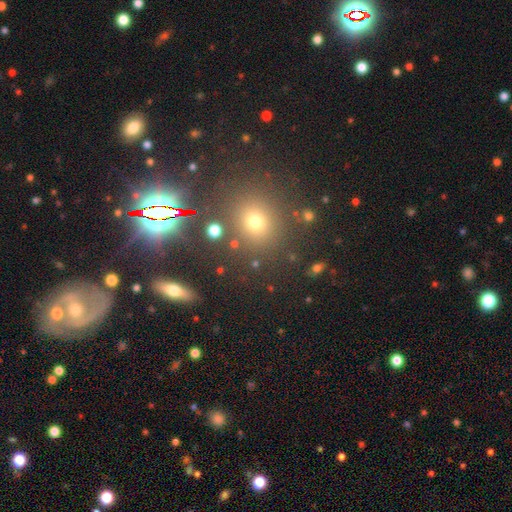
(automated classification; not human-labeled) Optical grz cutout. It shows a smooth galaxy with no disk features (44%). Merging: none (82%).